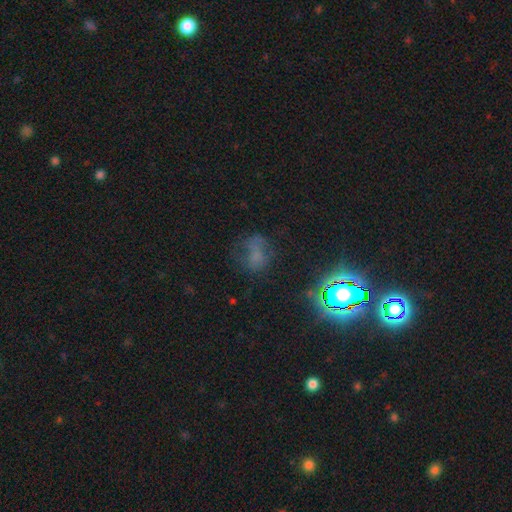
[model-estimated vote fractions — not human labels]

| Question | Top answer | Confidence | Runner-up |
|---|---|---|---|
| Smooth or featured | smooth | 43% | star or artifact (34%) |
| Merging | none | 47% | major disturbance (26%) |